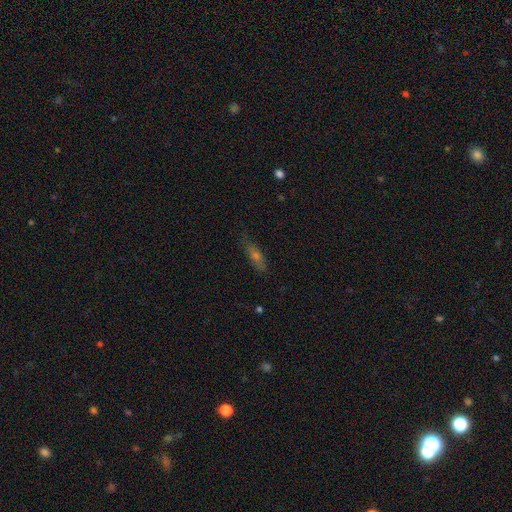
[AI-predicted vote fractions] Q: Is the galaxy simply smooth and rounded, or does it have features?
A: smooth — 49%.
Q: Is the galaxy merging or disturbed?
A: none — 76%.